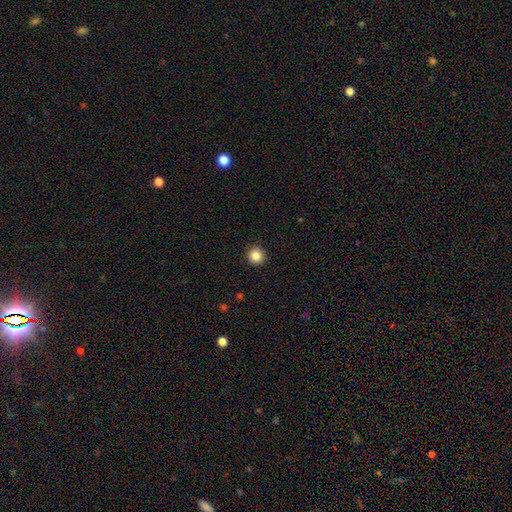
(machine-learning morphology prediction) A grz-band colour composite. It shows a smooth galaxy with no disk features (85%) that is round (95%). Merging: none (93%).